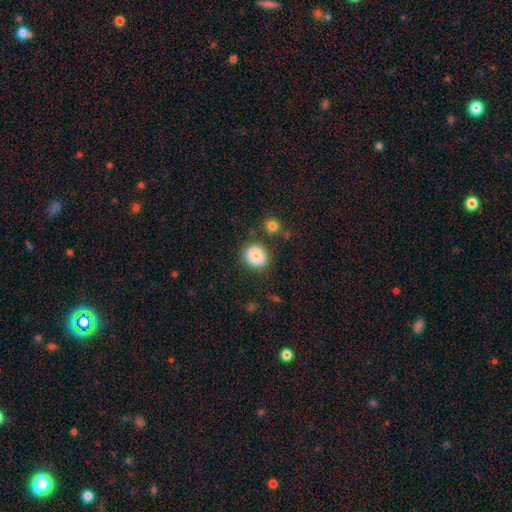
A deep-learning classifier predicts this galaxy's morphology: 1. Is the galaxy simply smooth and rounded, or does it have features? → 66% smooth, 24% featured or disk, 9% star or artifact.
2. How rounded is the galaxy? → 80% round, 19% in between, 1% cigar-shaped.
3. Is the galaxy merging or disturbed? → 73% none, 17% minor disturbance, 6% major disturbance, 4% merger.